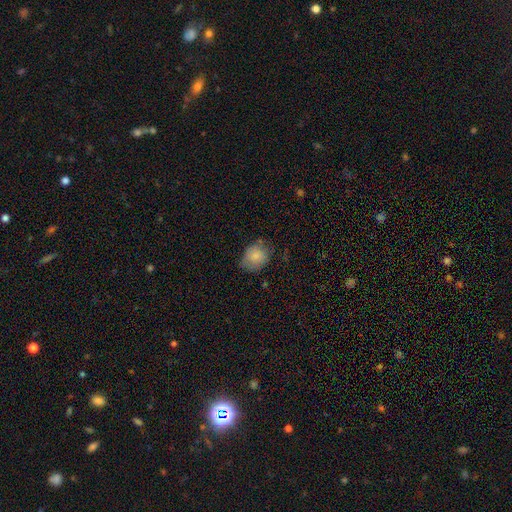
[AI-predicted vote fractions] smooth_or_featured: smooth (p=0.80) [alt: featured or disk p=0.12]
how_rounded: in between (p=0.51) [alt: round p=0.48]
merging: none (p=0.57) [alt: minor disturbance p=0.32]